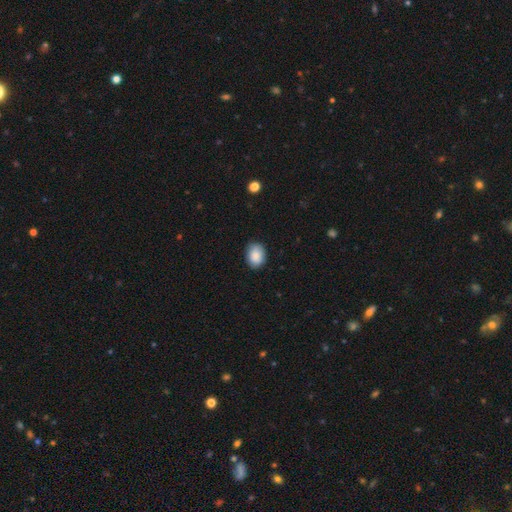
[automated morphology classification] Q: Smooth or featured?
A: smooth (88%); runner-up: star or artifact (7%)
Q: How rounded?
A: in between (69%); runner-up: round (30%)
Q: Merging?
A: none (84%); runner-up: minor disturbance (13%)